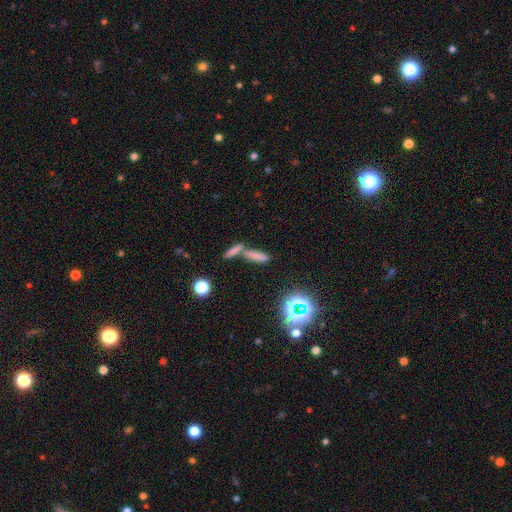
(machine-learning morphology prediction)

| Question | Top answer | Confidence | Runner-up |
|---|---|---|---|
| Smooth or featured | smooth | 69% | star or artifact (18%) |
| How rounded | cigar-shaped | 61% | in between (34%) |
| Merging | none | 44% | merger (43%) |